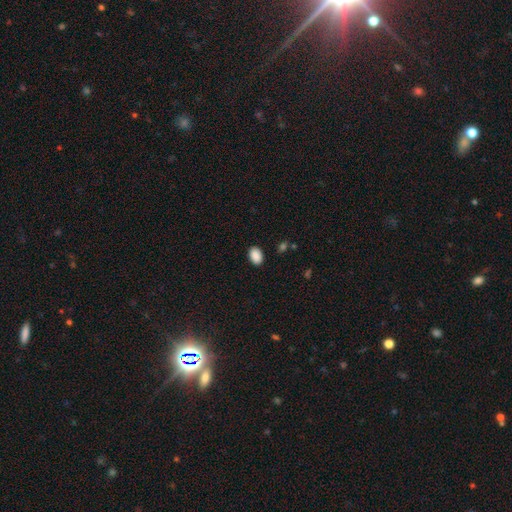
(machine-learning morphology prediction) Q: Smooth or featured?
A: smooth (90%); runner-up: star or artifact (8%)
Q: How rounded?
A: in between (84%); runner-up: round (14%)
Q: Merging?
A: none (88%); runner-up: minor disturbance (8%)